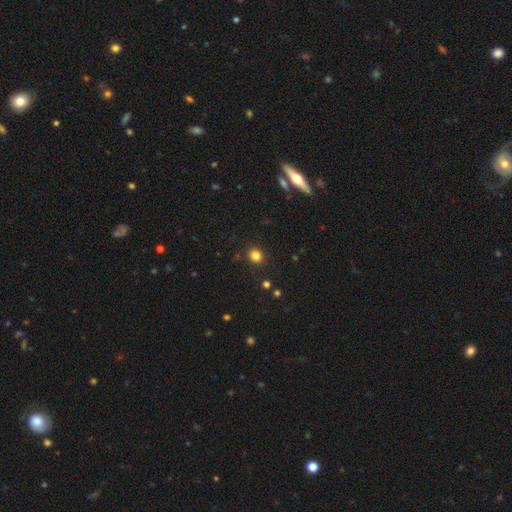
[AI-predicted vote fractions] Smooth or featured? Predicted: smooth (p=0.82). How rounded? Predicted: round (p=0.84). Merging? Predicted: none (p=0.90).